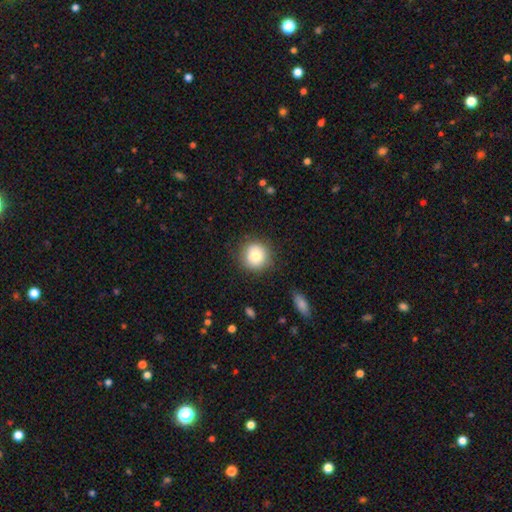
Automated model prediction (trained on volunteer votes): Smooth or featured: smooth — 76% (featured or disk — 14%)
How rounded: round — 93% (in between — 6%)
Merging: none — 85% (minor disturbance — 11%)